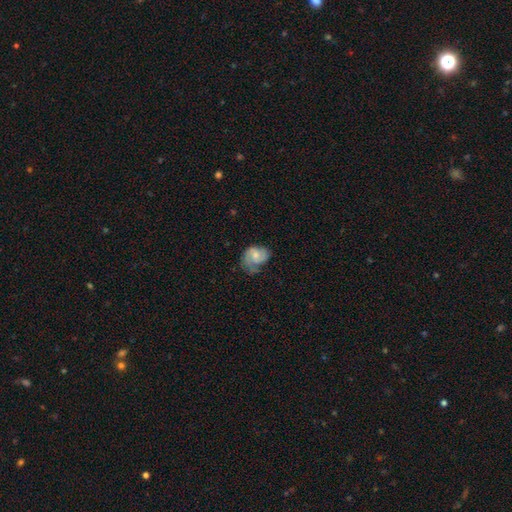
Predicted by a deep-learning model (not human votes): Q: Smooth or featured?
A: featured or disk (57%); runner-up: smooth (36%)
Q: Edge-on disk?
A: no (98%); runner-up: yes (2%)
Q: Bar?
A: no (61%); runner-up: weak (34%)
Q: Spiral arms?
A: yes (86%); runner-up: no (14%)
Q: Bulge size?
A: moderate (46%); runner-up: small (41%)
Q: Merging?
A: none (42%); runner-up: minor disturbance (34%)